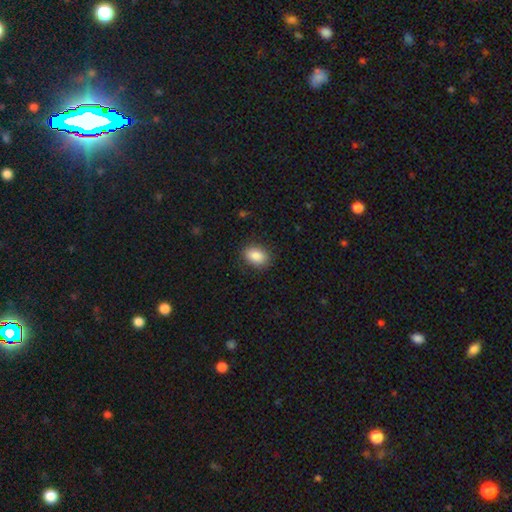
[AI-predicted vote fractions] Smooth or featured: smooth — 87% (star or artifact — 8%)
How rounded: in between — 80% (round — 18%)
Merging: none — 87% (minor disturbance — 10%)